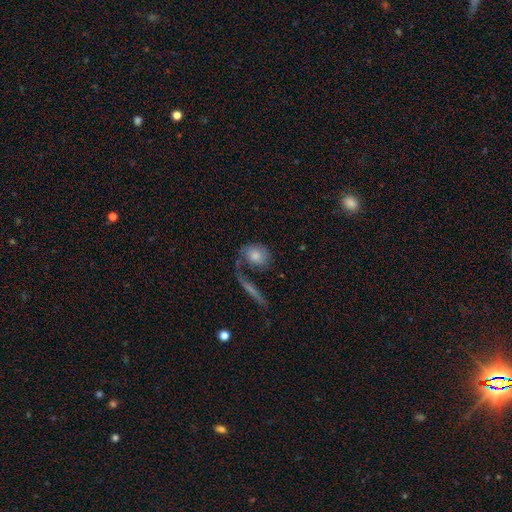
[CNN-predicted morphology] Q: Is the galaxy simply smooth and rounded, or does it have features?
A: smooth — 60%.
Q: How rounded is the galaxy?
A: round — 54%.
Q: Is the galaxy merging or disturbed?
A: none — 44%.